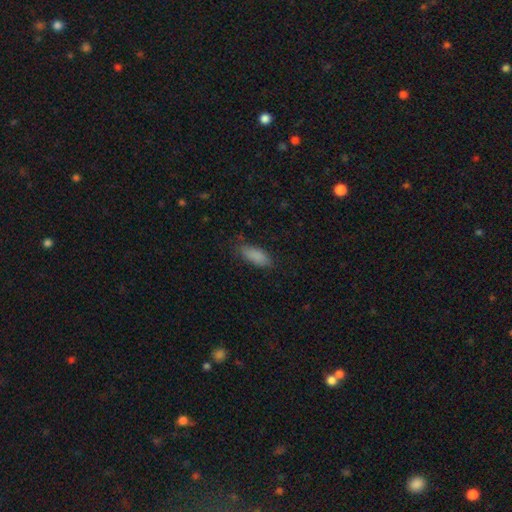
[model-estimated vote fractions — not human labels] Morphology: type=smooth (87%); roundness=in between (78%); merging=none (76%).